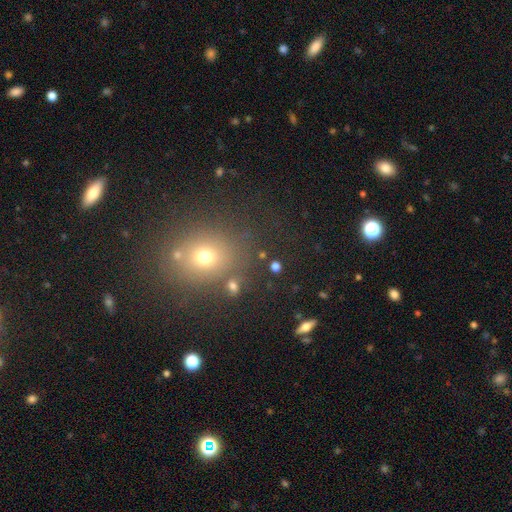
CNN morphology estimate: type=smooth (54%); roundness=round (68%); merging=none (83%).